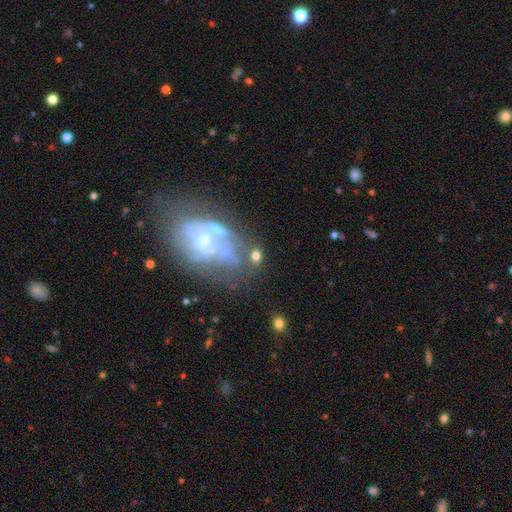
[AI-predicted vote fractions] This appears to be a smooth galaxy with no disk features (46%). Merging: none (49%).